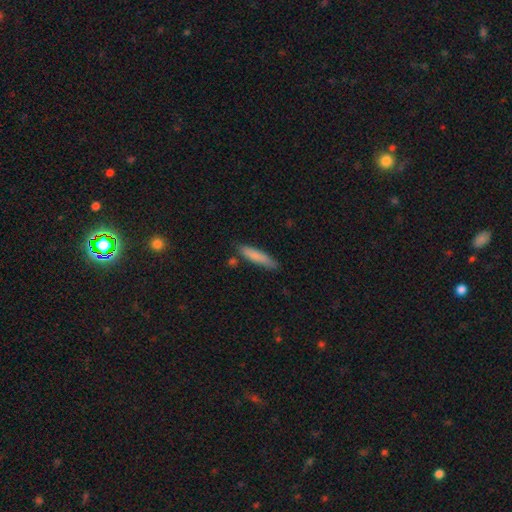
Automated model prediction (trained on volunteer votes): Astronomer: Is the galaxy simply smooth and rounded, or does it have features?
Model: smooth — 81%.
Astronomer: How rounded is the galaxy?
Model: cigar-shaped — 85%.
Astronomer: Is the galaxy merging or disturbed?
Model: none — 78%.